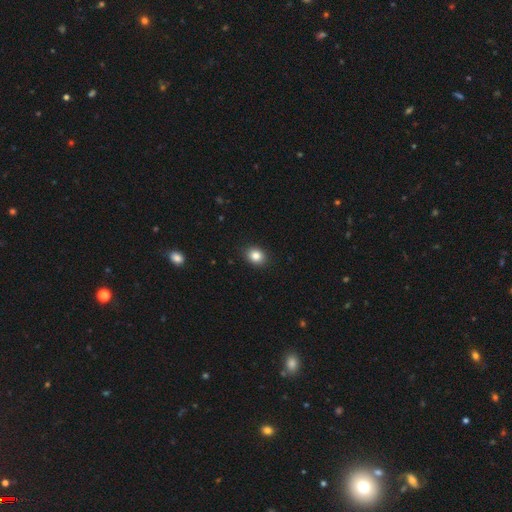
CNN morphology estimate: Overall: smooth (84%). How rounded: round (51%; in between 48%). Merging: none (90%).